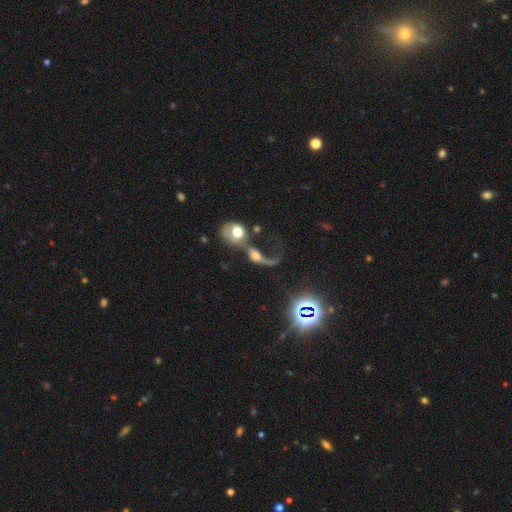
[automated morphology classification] smooth-or-featured: featured or disk: 54% | smooth: 32% | star or artifact: 13%
  disk-edge-on: no: 89% | yes: 11%
  merging: merger: 61% | major disturbance: 23% | none: 10% | minor disturbance: 6%